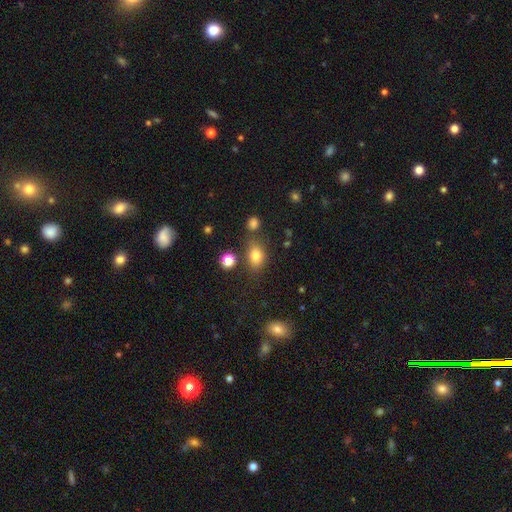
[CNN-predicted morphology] A smooth galaxy with no disk features (79%) that is in between round and cigar-shaped (69%). Merging: none (69%).